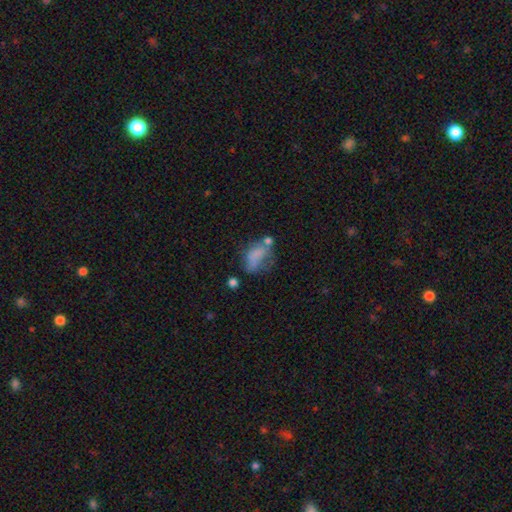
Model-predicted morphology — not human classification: Q: Smooth or featured?
A: smooth (61%); runner-up: featured or disk (27%)
Q: How rounded?
A: in between (82%); runner-up: round (15%)
Q: Merging?
A: major disturbance (30%); runner-up: none (29%)